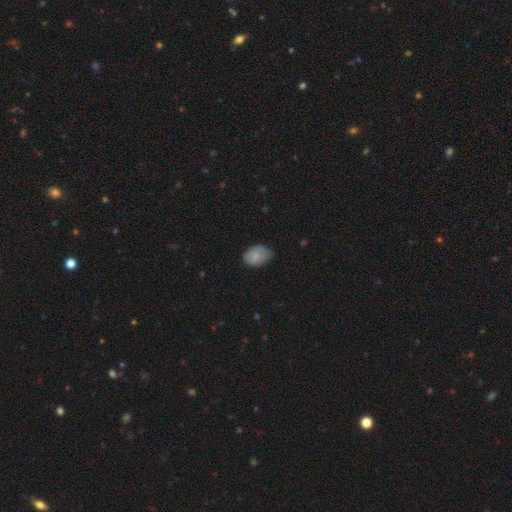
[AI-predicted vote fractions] Q: Smooth or featured?
A: smooth (81%); runner-up: featured or disk (12%)
Q: How rounded?
A: in between (81%); runner-up: round (18%)
Q: Merging?
A: none (56%); runner-up: minor disturbance (37%)